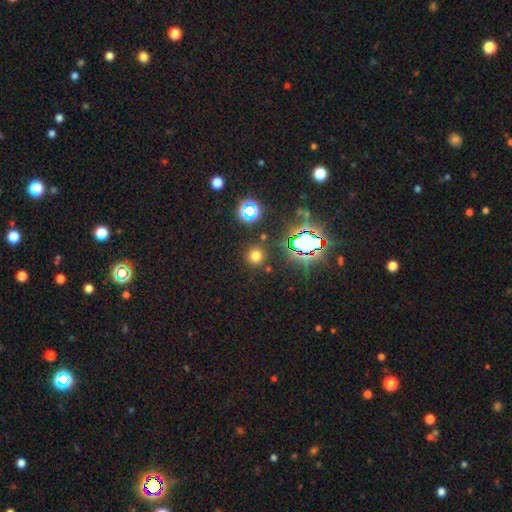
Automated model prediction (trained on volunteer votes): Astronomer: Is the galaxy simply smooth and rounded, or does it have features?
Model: smooth — 67%.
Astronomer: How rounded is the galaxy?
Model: round — 93%.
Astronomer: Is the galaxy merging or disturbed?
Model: none — 87%.